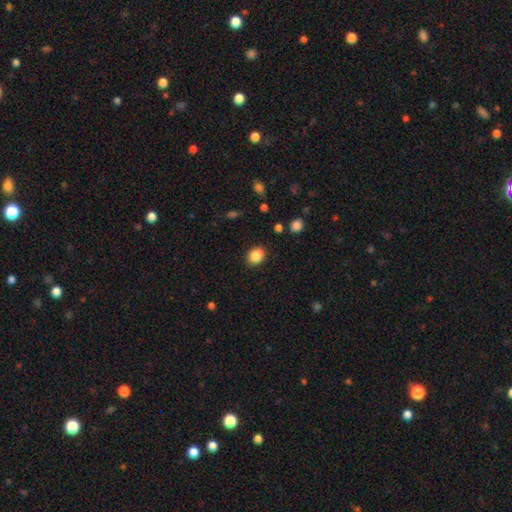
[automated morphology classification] A smooth galaxy with no disk features (86%) that is in between round and cigar-shaped (51%). Merging: none (88%).